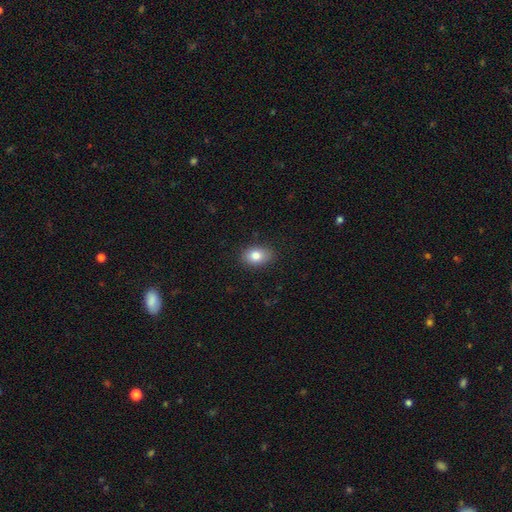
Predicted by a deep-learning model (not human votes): The model was most divided on "how rounded": in between: 79%, round: 20%, cigar-shaped: 1%. More confident: merging — none (86%); smooth or featured — smooth (82%).